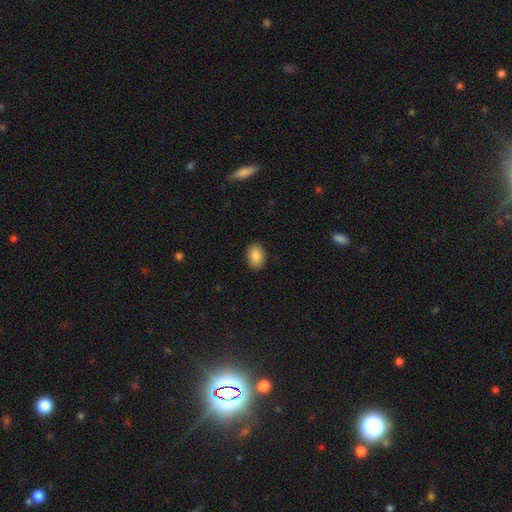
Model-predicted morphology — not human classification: This appears to be a smooth galaxy with no disk features (88%) that is in between round and cigar-shaped (81%). Merging: none (89%).